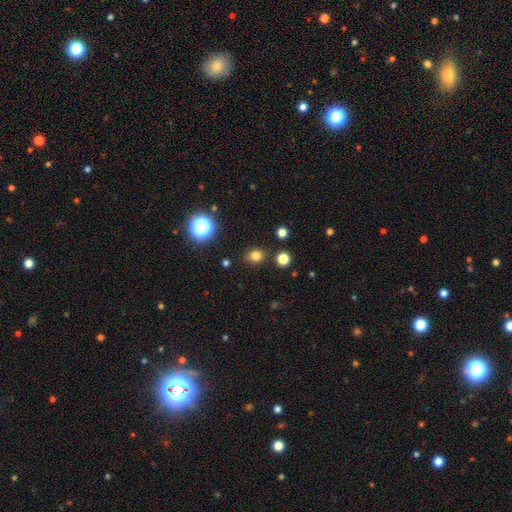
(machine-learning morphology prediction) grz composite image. It shows a smooth galaxy with no disk features (79%) that is round (73%). Merging: none (86%).